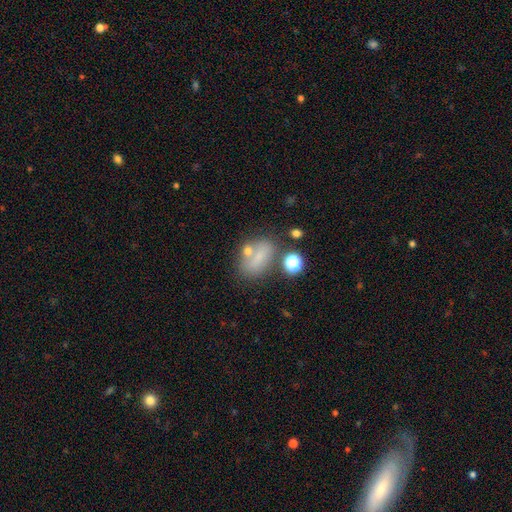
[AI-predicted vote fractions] Smooth or featured? smooth (60%)
How rounded? in between (75%)
Merging? none (53%)